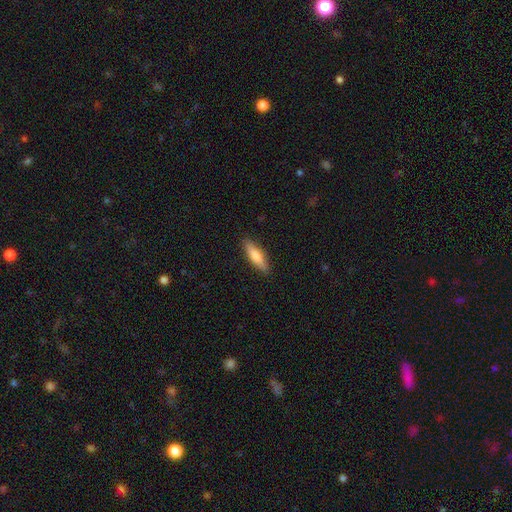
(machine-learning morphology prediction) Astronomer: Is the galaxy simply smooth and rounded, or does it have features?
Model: smooth — 69%.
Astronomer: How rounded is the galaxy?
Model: cigar-shaped — 65%.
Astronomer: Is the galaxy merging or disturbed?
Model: none — 89%.